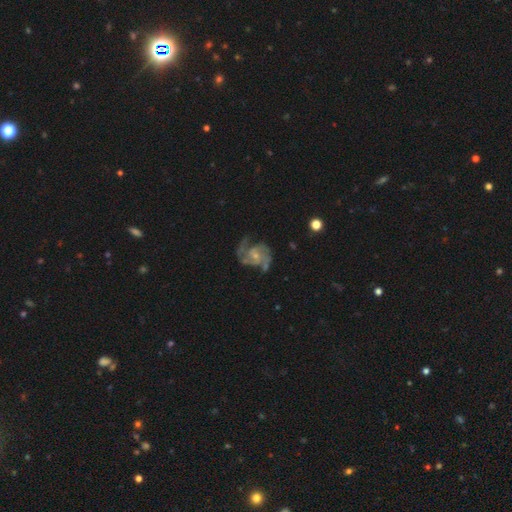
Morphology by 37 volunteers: Smooth or featured: featured or disk — 86% (smooth — 11%)
Edge-on disk: no — 97% (yes — 3%)
Bar: weak — 52% (no — 48%)
Spiral arms: yes — 97% (no — 3%)
Spiral winding: medium — 83% (loose — 13%)
Spiral arm count: 2 — 90% (1 — 3%)
Bulge size: small — 71% (moderate — 23%)
Merging: none — 67% (major disturbance — 19%)